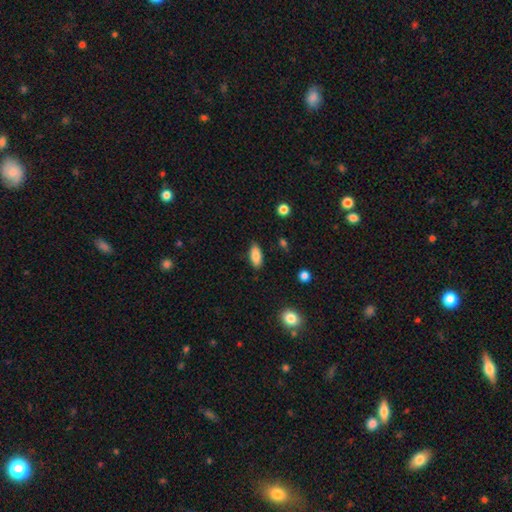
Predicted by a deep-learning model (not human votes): smooth-or-featured: smooth: 86% | star or artifact: 7% | featured or disk: 7%
  how-rounded: in between: 85% | cigar-shaped: 13% | round: 2%
  merging: none: 85% | minor disturbance: 11% | major disturbance: 2% | merger: 1%